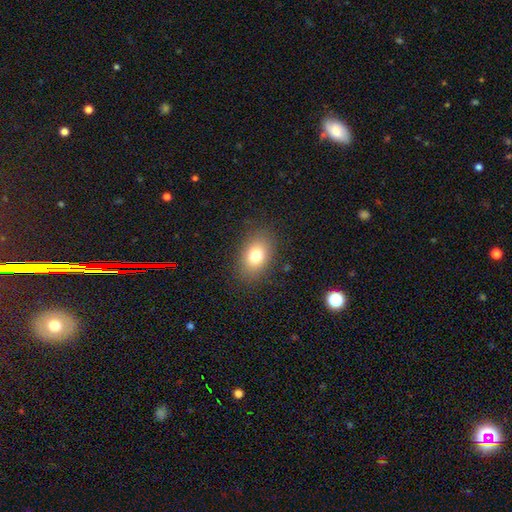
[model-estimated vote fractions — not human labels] Q: Smooth or featured?
A: smooth (77%); runner-up: featured or disk (12%)
Q: How rounded?
A: in between (80%); runner-up: round (19%)
Q: Merging?
A: none (85%); runner-up: minor disturbance (10%)